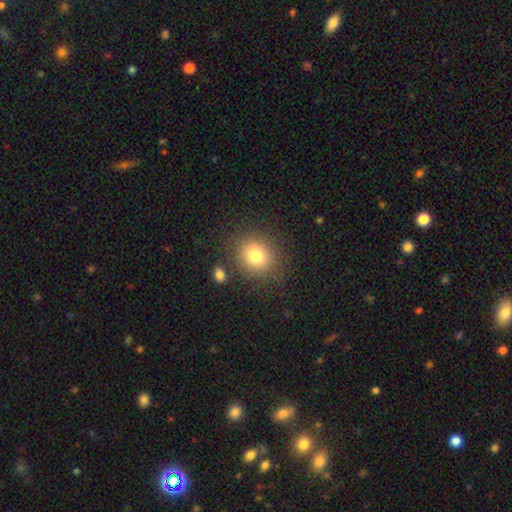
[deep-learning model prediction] Morphology: type=smooth (78%); roundness=round (82%); merging=none (82%).